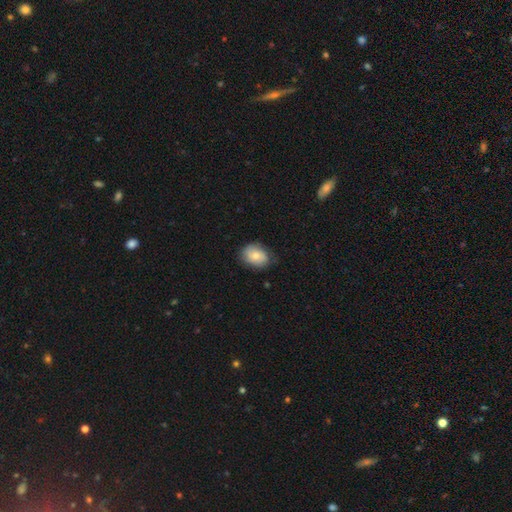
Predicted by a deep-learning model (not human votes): Smooth or featured? Predicted: smooth (p=0.76). How rounded? Predicted: in between (p=0.67). Merging? Predicted: none (p=0.71).